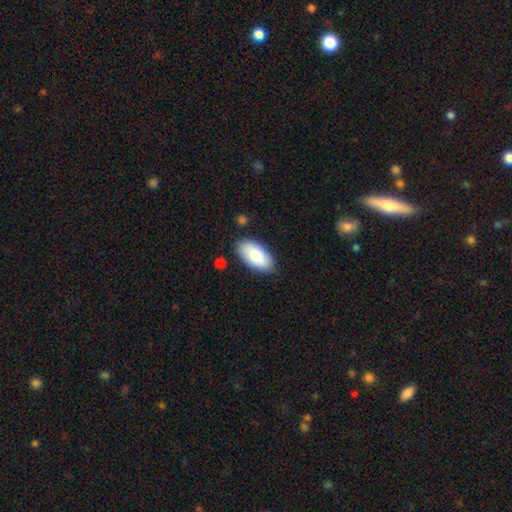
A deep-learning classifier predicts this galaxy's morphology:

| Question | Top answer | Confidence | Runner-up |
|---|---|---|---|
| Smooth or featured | smooth | 84% | featured or disk (11%) |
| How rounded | in between | 95% | cigar-shaped (3%) |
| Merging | none | 84% | minor disturbance (12%) |